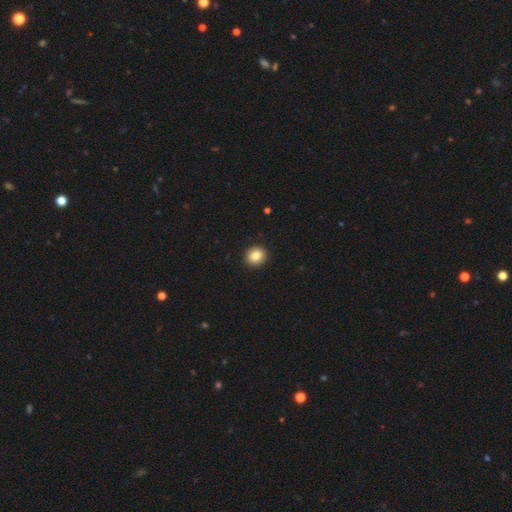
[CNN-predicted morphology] type=smooth (84%); roundness=round (83%); merging=none (93%).